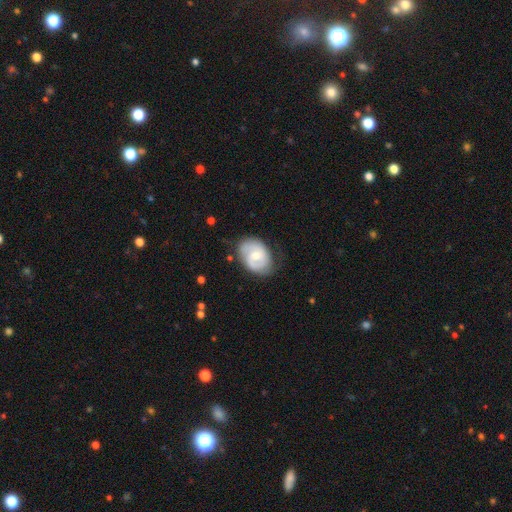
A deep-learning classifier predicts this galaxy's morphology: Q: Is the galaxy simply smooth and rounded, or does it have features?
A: featured or disk — 68%.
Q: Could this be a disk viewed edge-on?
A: no — 97%.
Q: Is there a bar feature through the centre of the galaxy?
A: no — 50%.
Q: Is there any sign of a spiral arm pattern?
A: yes — 85%.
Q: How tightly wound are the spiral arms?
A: medium — 43%.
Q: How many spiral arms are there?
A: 2 — 76%.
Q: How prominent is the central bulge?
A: moderate — 61%.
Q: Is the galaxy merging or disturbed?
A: none — 70%.